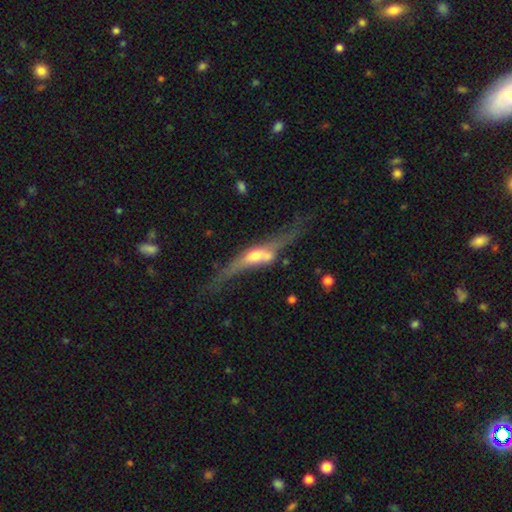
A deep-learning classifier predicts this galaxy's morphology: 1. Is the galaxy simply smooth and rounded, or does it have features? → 74% featured or disk, 20% smooth, 6% star or artifact.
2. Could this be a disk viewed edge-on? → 79% yes, 21% no.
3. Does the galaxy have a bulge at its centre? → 83% rounded, 12% boxy, 5% none.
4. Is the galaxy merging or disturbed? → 45% none, 20% minor disturbance, 19% merger, 16% major disturbance.